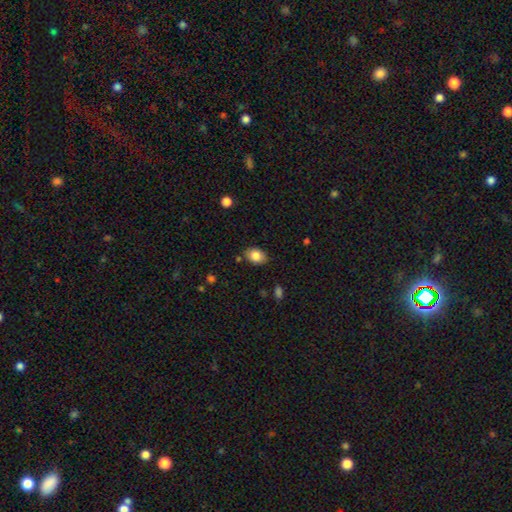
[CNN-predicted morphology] smooth 84%, star or artifact 8%, featured or disk 8%. Down the decision tree: how rounded — in between (77%); merging — none (83%).